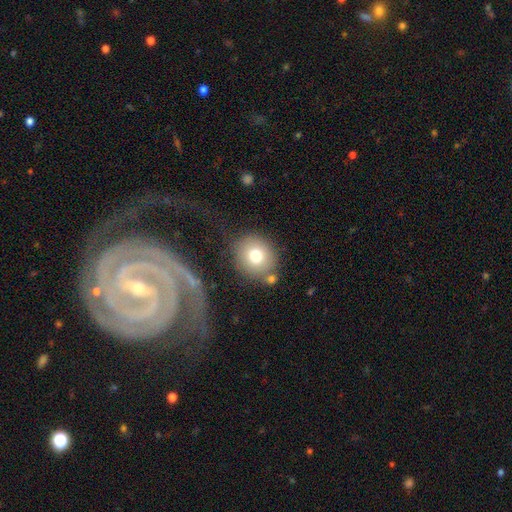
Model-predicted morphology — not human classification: type=smooth (75%); roundness=round (83%); merging=none (73%).